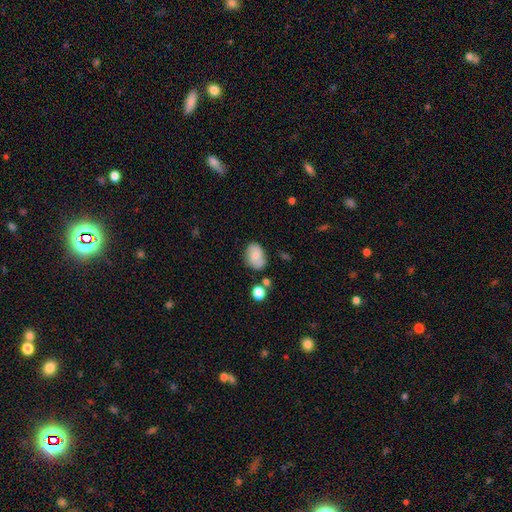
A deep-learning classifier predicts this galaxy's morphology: smooth-or-featured: smooth: 70% | featured or disk: 21% | star or artifact: 9%
  how-rounded: in between: 79% | round: 20% | cigar-shaped: 1%
  merging: none: 71% | minor disturbance: 19% | merger: 5% | major disturbance: 5%